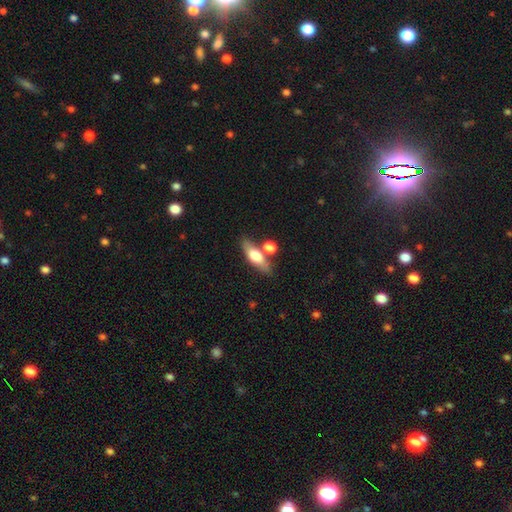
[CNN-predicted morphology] smooth 56%, featured or disk 37%, star or artifact 7%. Down the decision tree: how rounded — in between (55%); merging — none (65%).